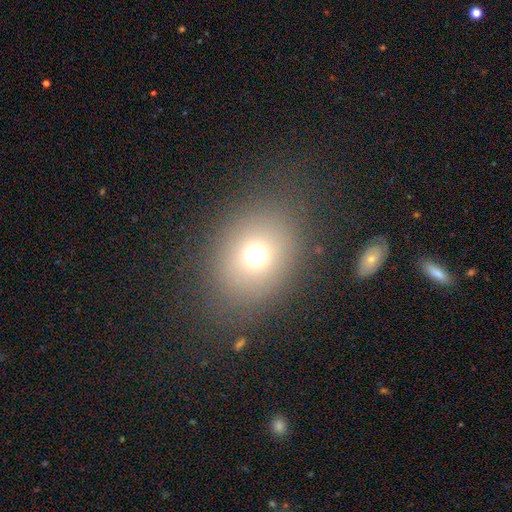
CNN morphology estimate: This appears to be a smooth galaxy with no disk features (68%) that is round (66%). Merging: none (81%).